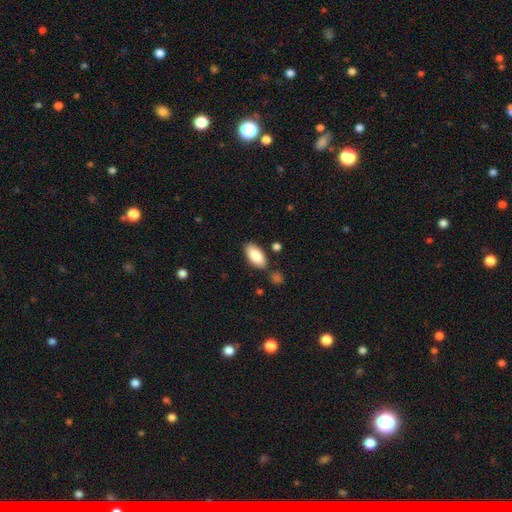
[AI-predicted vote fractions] smooth_or_featured: smooth (p=0.86) [alt: featured or disk p=0.08]
how_rounded: in between (p=0.92) [alt: cigar-shaped p=0.06]
merging: none (p=0.81) [alt: minor disturbance p=0.11]